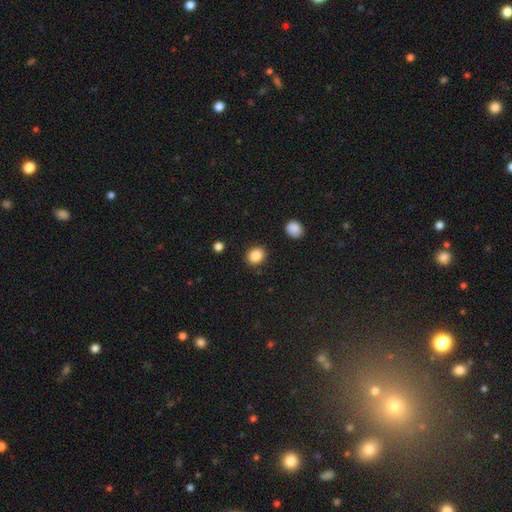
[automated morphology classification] This is clearly a smooth galaxy (86%). How rounded: possibly round (56%). Merging: clearly none (88%).